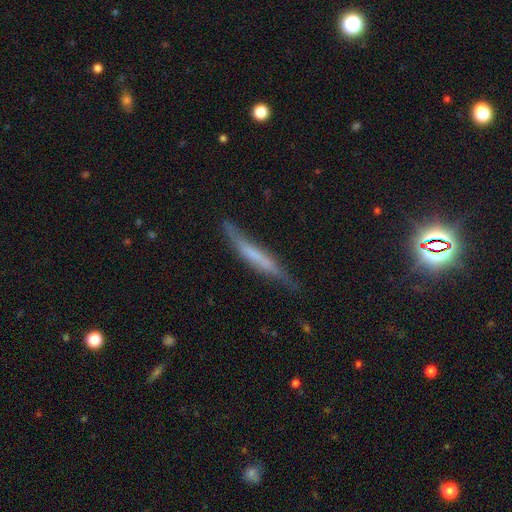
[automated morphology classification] Smooth or featured? Predicted: featured or disk (p=0.49). Merging? Predicted: none (p=0.63).